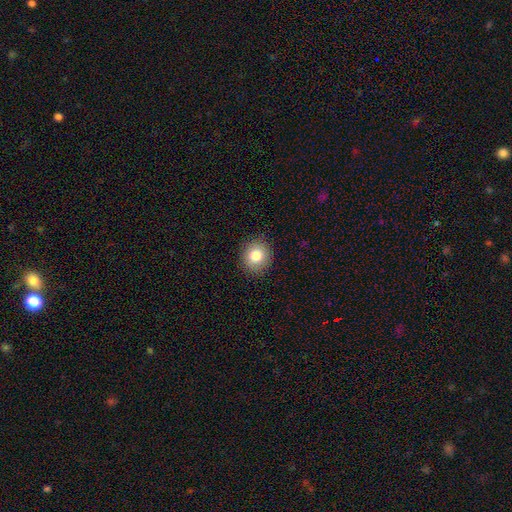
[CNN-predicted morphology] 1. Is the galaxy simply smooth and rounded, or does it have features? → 82% smooth, 10% star or artifact, 9% featured or disk.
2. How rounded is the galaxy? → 78% round, 21% in between, 1% cigar-shaped.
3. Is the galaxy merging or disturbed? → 89% none, 8% minor disturbance, 2% major disturbance, 1% merger.